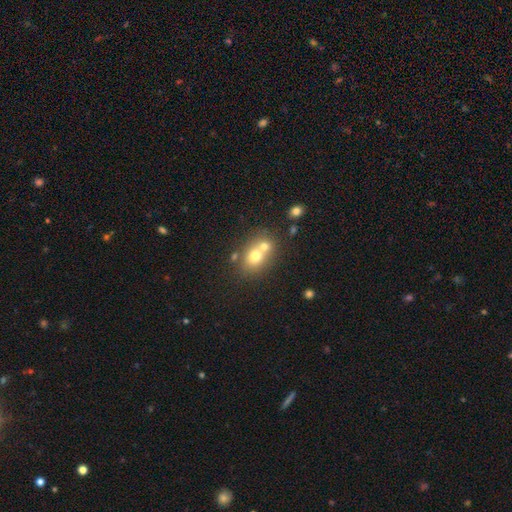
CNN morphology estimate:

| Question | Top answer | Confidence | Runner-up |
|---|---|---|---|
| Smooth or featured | smooth | 69% | featured or disk (19%) |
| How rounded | round | 55% | in between (44%) |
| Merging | merger | 52% | none (37%) |